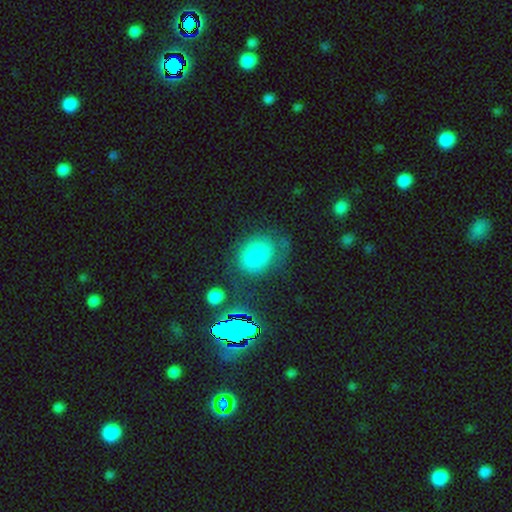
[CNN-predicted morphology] smooth_or_featured: smooth (p=0.70) [alt: featured or disk p=0.17]
how_rounded: in between (p=0.64) [alt: round p=0.34]
merging: none (p=0.58) [alt: minor disturbance p=0.22]